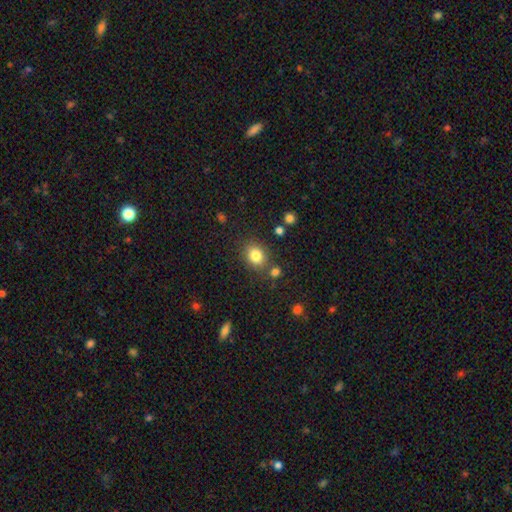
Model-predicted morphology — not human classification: Q: Smooth or featured?
A: smooth (82%); runner-up: star or artifact (11%)
Q: How rounded?
A: round (60%); runner-up: in between (39%)
Q: Merging?
A: none (77%); runner-up: minor disturbance (11%)